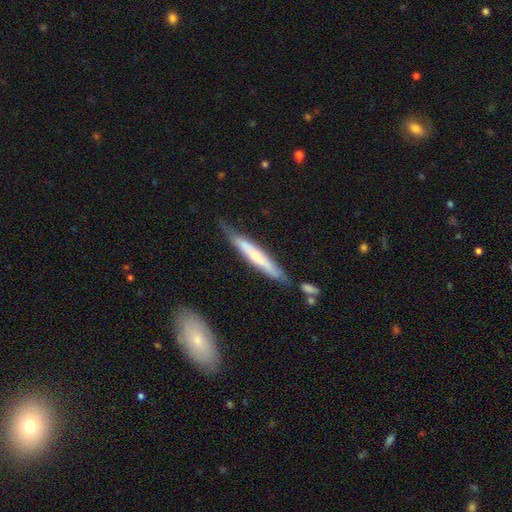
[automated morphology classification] This appears to be a featured or disk galaxy (49%). Merging: none (71%).